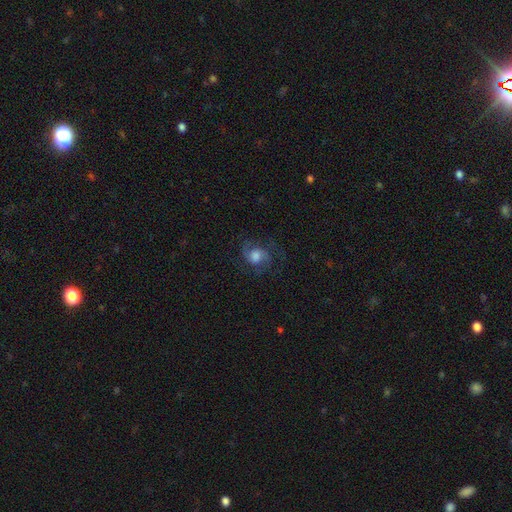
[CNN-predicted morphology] smooth_or_featured: featured or disk (p=0.66) [alt: smooth p=0.25]
disk_edge_on: no (p=0.97) [alt: yes p=0.03]
bar: no (p=0.64) [alt: weak p=0.31]
has_spiral_arms: yes (p=0.92) [alt: no p=0.08]
spiral_winding: medium (p=0.53) [alt: loose p=0.25]
spiral_arm_count: 2 (p=0.71) [alt: can't tell p=0.10]
bulge_size: large (p=0.43) [alt: moderate p=0.34]
merging: none (p=0.66) [alt: minor disturbance p=0.17]